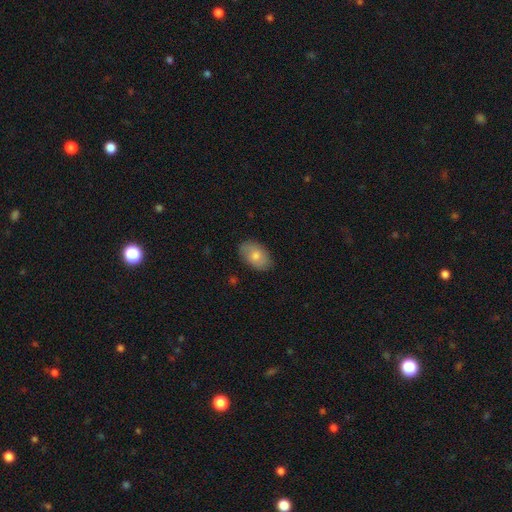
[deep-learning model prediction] Morphology: type=smooth (71%); roundness=in between (89%); merging=none (84%).